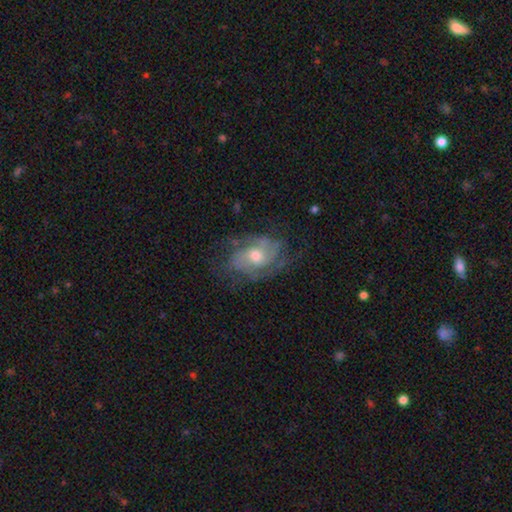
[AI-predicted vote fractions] A featured or disk galaxy (78%) with no bar (71%), 2 (35%) tight (43%) spiral arms (89%) and a moderate central bulge (65%). Merging: none (63%).